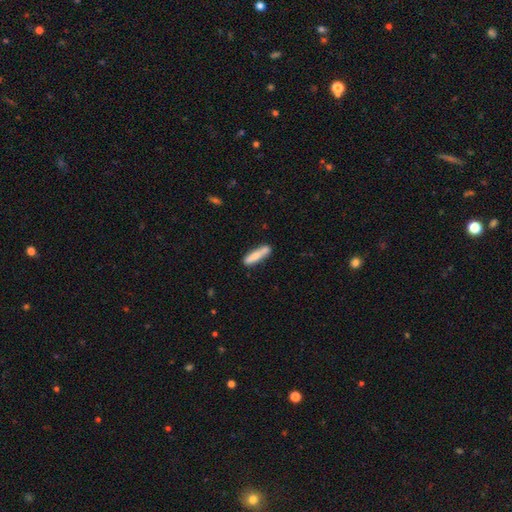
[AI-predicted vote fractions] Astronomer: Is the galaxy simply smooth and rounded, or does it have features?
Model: smooth — 76%.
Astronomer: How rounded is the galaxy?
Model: cigar-shaped — 81%.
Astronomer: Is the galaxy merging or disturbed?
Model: none — 72%.